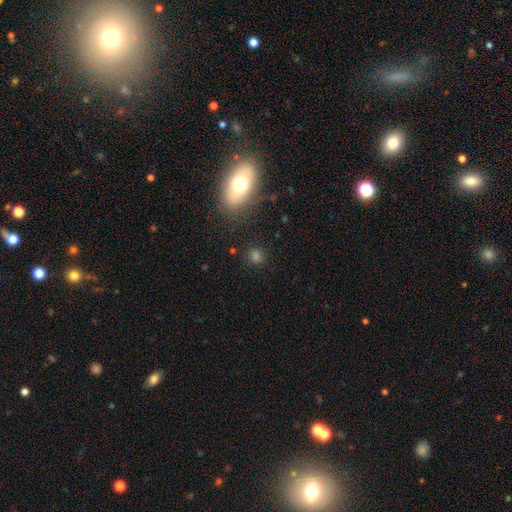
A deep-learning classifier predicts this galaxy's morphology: Smooth or featured: smooth — 72% (star or artifact — 17%)
How rounded: round — 61% (in between — 36%)
Merging: none — 79% (minor disturbance — 12%)